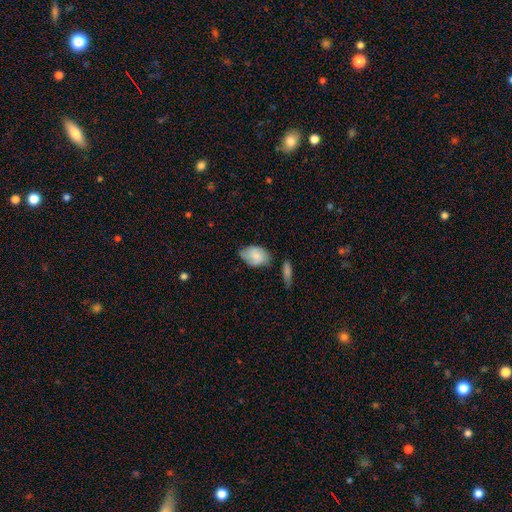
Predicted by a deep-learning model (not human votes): This appears to be a smooth galaxy with no disk features (66%) that is in between round and cigar-shaped (85%). Merging: none (53%).